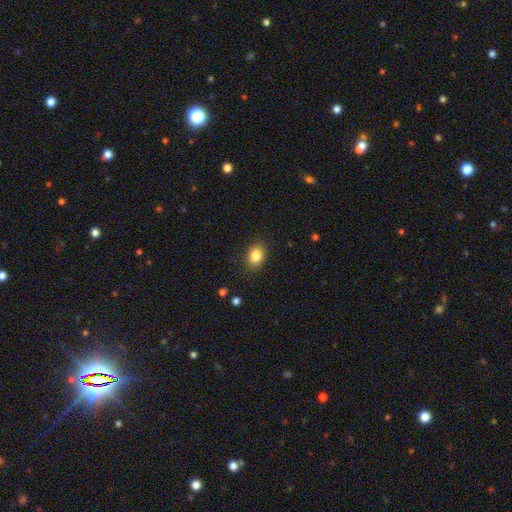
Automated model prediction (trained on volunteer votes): smooth-or-featured: smooth: 84% | star or artifact: 9% | featured or disk: 7%
  how-rounded: in between: 63% | round: 36% | cigar-shaped: 1%
  merging: none: 86% | minor disturbance: 10% | major disturbance: 3% | merger: 1%